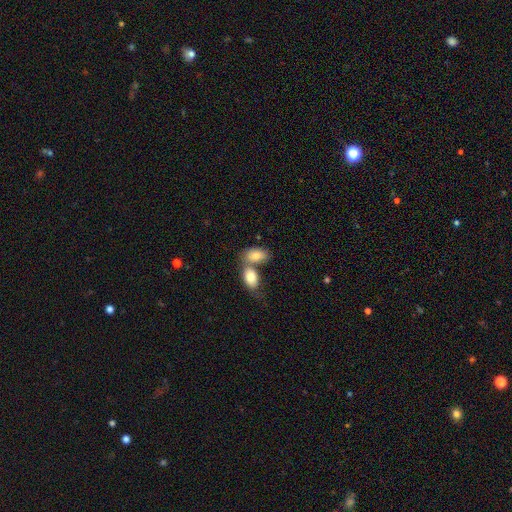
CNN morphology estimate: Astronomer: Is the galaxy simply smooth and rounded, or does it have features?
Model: smooth — 81%.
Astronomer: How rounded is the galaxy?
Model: in between — 92%.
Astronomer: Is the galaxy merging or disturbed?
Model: merger — 58%.